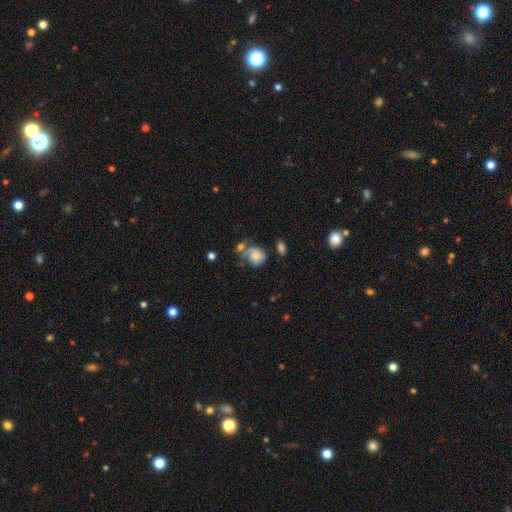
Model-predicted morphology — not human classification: Smooth or featured? smooth (67%)
How rounded? round (67%)
Merging? none (39%)